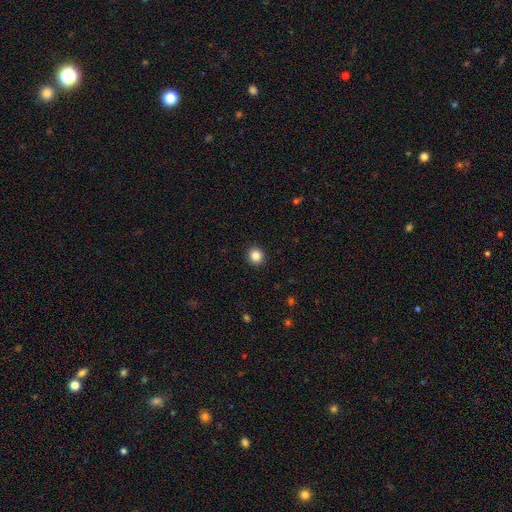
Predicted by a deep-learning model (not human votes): smooth_or_featured: smooth (p=0.86) [alt: star or artifact p=0.10]
how_rounded: round (p=0.90) [alt: in between p=0.09]
merging: none (p=0.92) [alt: minor disturbance p=0.05]